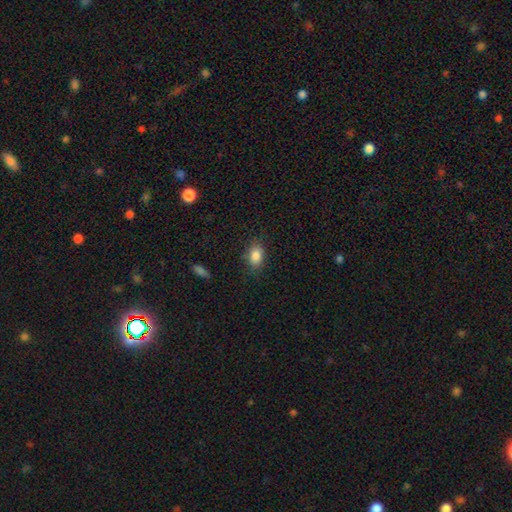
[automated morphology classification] Smooth or featured: smooth — 85% (star or artifact — 9%)
How rounded: in between — 78% (round — 21%)
Merging: none — 82% (minor disturbance — 13%)